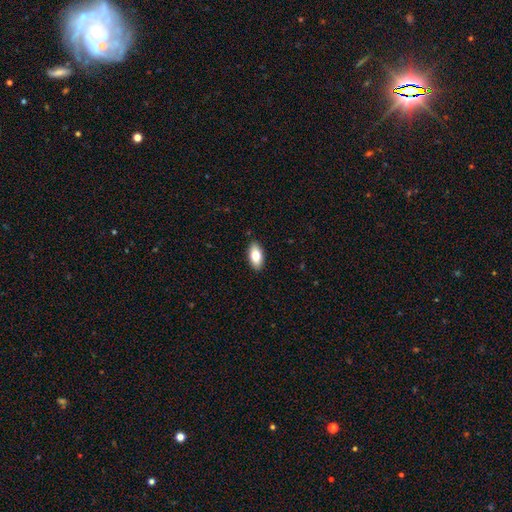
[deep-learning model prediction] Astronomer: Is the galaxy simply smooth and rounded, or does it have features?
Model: smooth — 79%.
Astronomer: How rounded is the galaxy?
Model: in between — 92%.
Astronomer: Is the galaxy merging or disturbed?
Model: none — 90%.